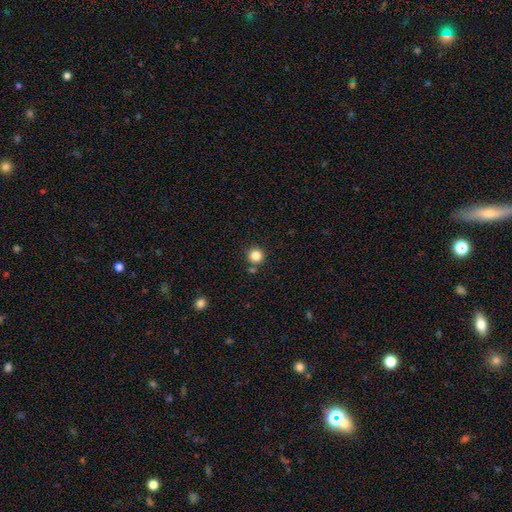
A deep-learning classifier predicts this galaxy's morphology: This appears to be a smooth galaxy with no disk features (84%) that is round (95%). Merging: none (86%).